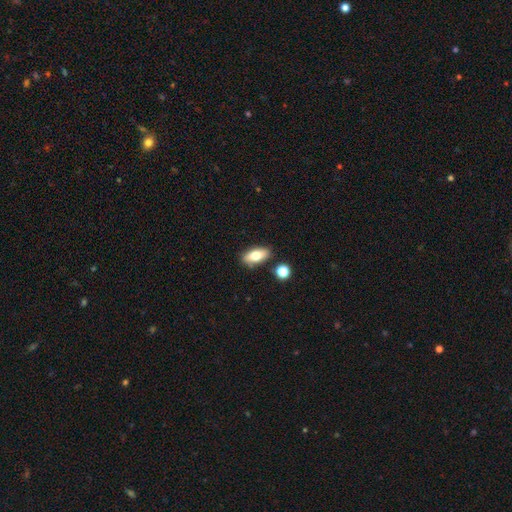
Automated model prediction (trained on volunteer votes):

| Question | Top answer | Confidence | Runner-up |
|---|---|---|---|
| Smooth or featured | smooth | 72% | featured or disk (20%) |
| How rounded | in between | 84% | cigar-shaped (11%) |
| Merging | none | 82% | minor disturbance (10%) |